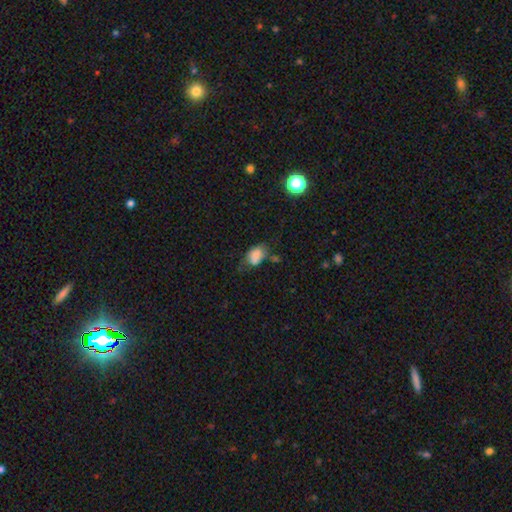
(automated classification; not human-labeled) This is likely a smooth galaxy (77%). How rounded: clearly in between (83%). Merging: marginally none (43%).